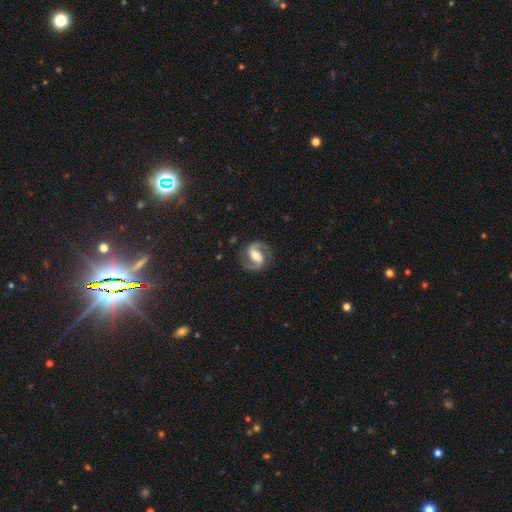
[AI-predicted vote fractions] smooth_or_featured: featured or disk (p=0.91) [alt: smooth p=0.05]
disk_edge_on: no (p=0.98) [alt: yes p=0.02]
bar: strong (p=0.41) [alt: weak p=0.37]
has_spiral_arms: yes (p=0.98) [alt: no p=0.02]
spiral_winding: medium (p=0.60) [alt: tight p=0.25]
spiral_arm_count: 2 (p=0.94) [alt: can't tell p=0.01]
bulge_size: moderate (p=0.71) [alt: small p=0.17]
merging: none (p=0.87) [alt: minor disturbance p=0.09]